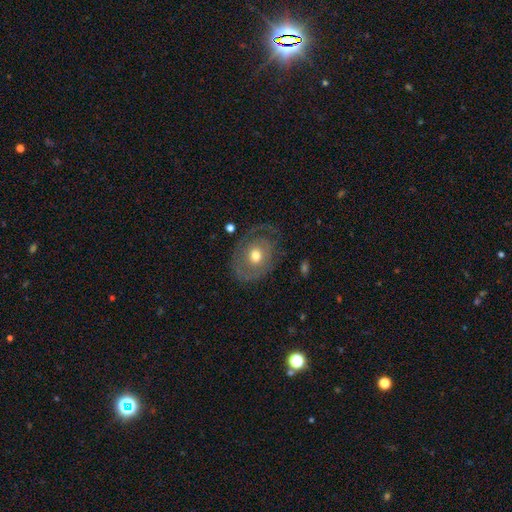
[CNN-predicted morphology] smooth_or_featured: featured or disk (p=0.52) [alt: smooth p=0.40]
disk_edge_on: no (p=0.95) [alt: yes p=0.05]
merging: none (p=0.64) [alt: minor disturbance p=0.19]